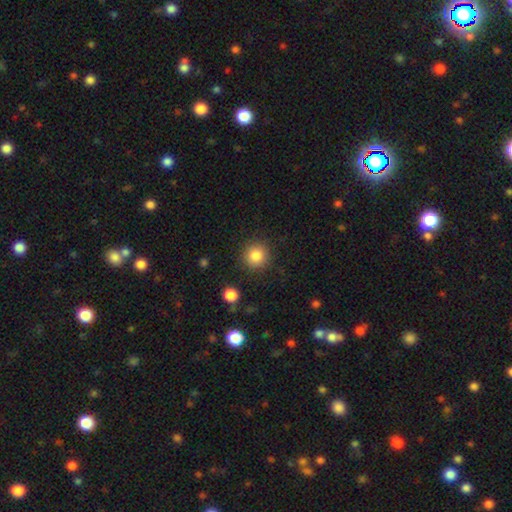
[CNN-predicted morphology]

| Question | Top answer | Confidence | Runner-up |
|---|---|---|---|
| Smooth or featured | smooth | 84% | star or artifact (10%) |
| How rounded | round | 93% | in between (6%) |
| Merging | none | 89% | minor disturbance (7%) |